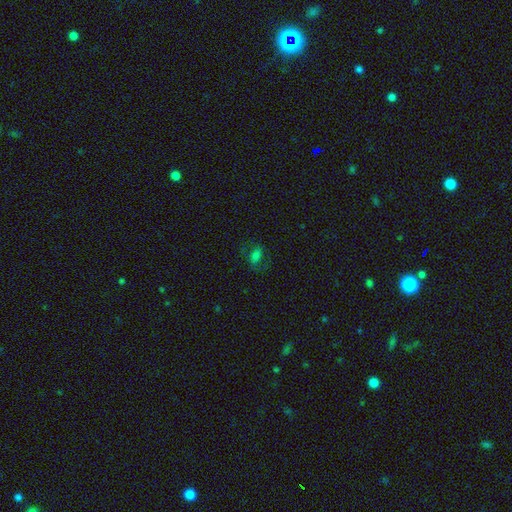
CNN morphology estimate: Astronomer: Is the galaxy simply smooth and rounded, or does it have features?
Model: smooth — 65%.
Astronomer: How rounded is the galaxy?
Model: in between — 85%.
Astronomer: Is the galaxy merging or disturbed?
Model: none — 70%.